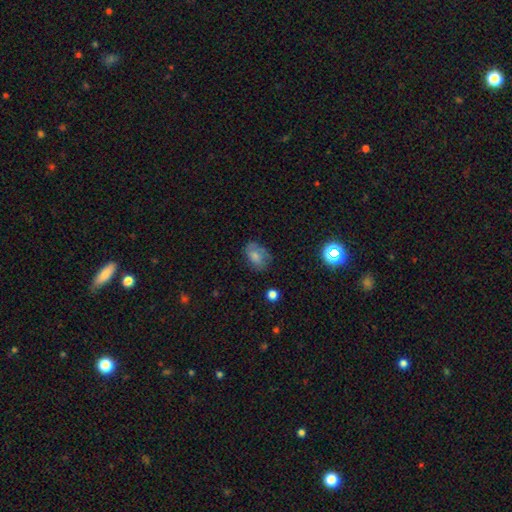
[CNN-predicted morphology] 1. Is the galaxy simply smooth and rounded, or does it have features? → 62% smooth, 27% featured or disk, 11% star or artifact.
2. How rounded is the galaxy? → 82% in between, 16% round, 1% cigar-shaped.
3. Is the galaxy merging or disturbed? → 62% none, 26% minor disturbance, 10% major disturbance, 2% merger.